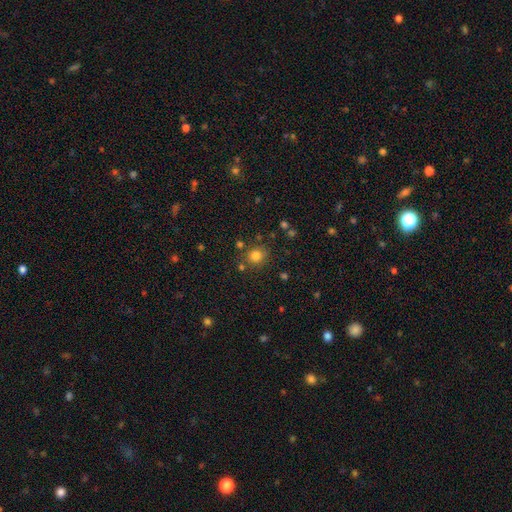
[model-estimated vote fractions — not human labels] Smooth or featured? Predicted: smooth (p=0.78). How rounded? Predicted: round (p=0.81). Merging? Predicted: none (p=0.78).